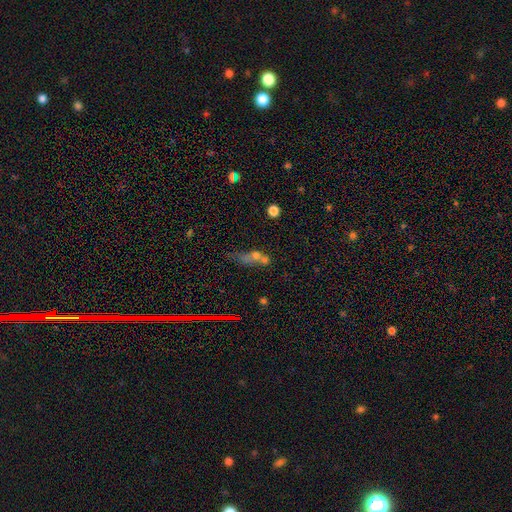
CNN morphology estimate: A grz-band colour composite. It shows a star or artifact, not a galaxy (41%).